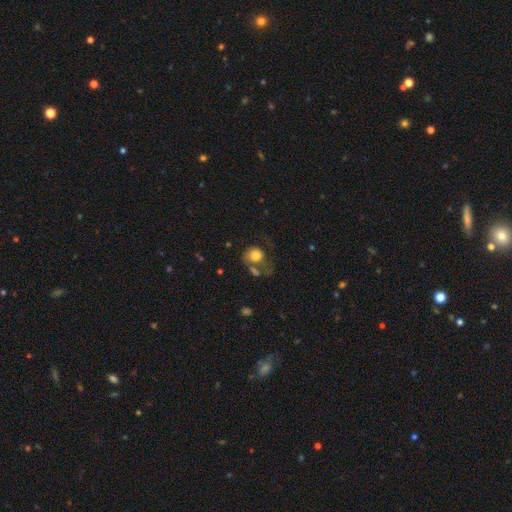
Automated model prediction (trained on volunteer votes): Morphology: type=smooth (74%); roundness=round (65%); merging=none (31%).